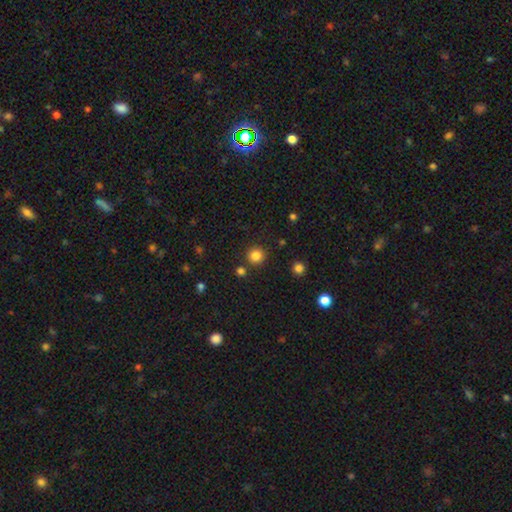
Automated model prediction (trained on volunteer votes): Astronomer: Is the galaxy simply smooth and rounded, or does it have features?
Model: smooth — 83%.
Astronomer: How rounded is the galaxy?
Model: round — 94%.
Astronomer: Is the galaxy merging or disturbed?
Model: none — 87%.